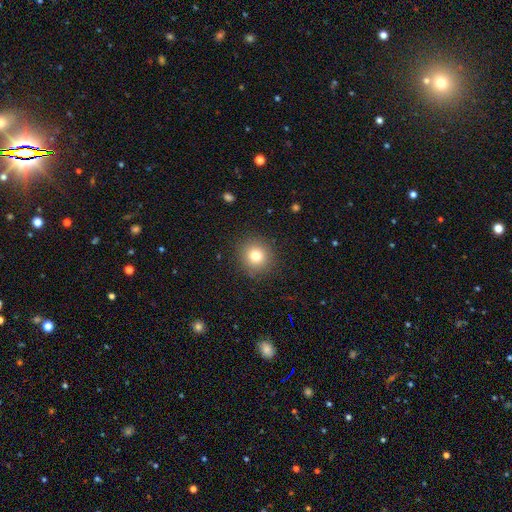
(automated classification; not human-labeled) Morphology: type=smooth (78%); roundness=round (90%); merging=none (89%).